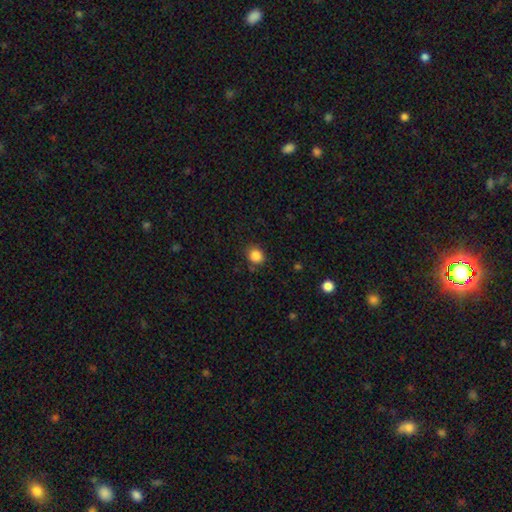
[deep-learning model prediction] smooth_or_featured: smooth (p=0.86) [alt: star or artifact p=0.11]
how_rounded: round (p=0.76) [alt: in between p=0.23]
merging: none (p=0.83) [alt: minor disturbance p=0.12]